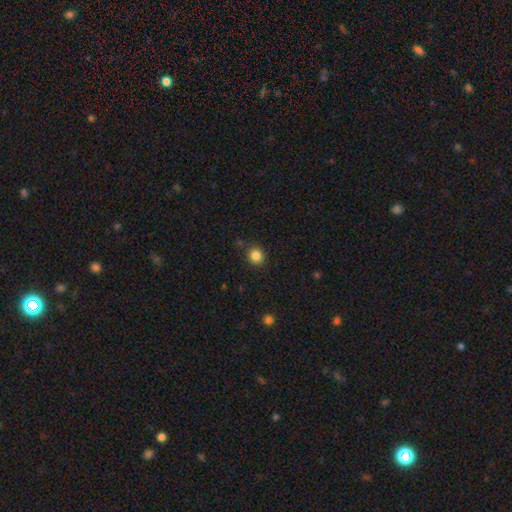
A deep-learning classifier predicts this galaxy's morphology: smooth-or-featured: smooth: 85% | star or artifact: 11% | featured or disk: 4%
  how-rounded: round: 86% | in between: 13% | cigar-shaped: 1%
  merging: none: 88% | minor disturbance: 8% | major disturbance: 2% | merger: 2%